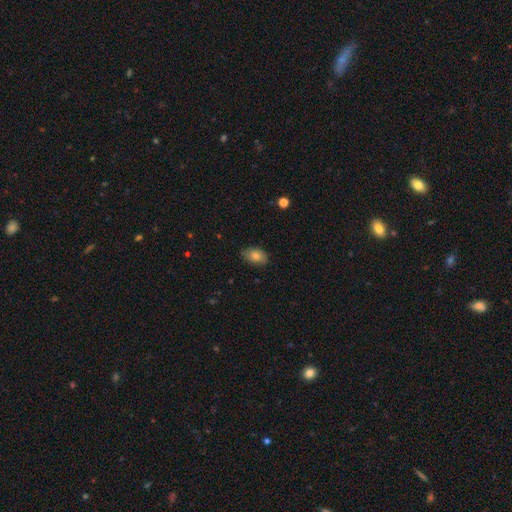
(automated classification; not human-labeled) Q: Smooth or featured?
A: smooth (80%); runner-up: featured or disk (11%)
Q: How rounded?
A: in between (87%); runner-up: round (11%)
Q: Merging?
A: none (81%); runner-up: minor disturbance (16%)